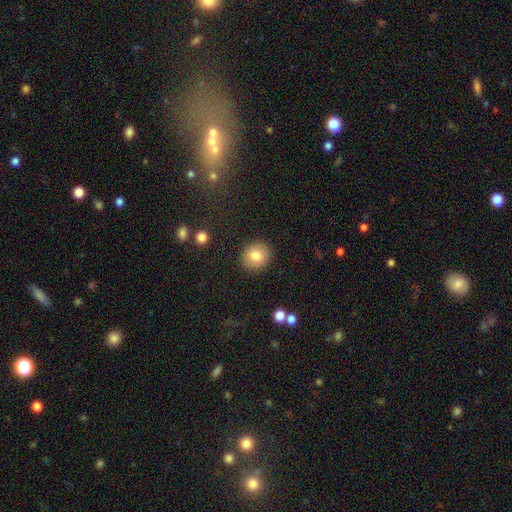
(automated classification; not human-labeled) The model was most divided on "smooth or featured": smooth: 82%, featured or disk: 10%, star or artifact: 9%. More confident: merging — none (90%); how rounded — round (86%).